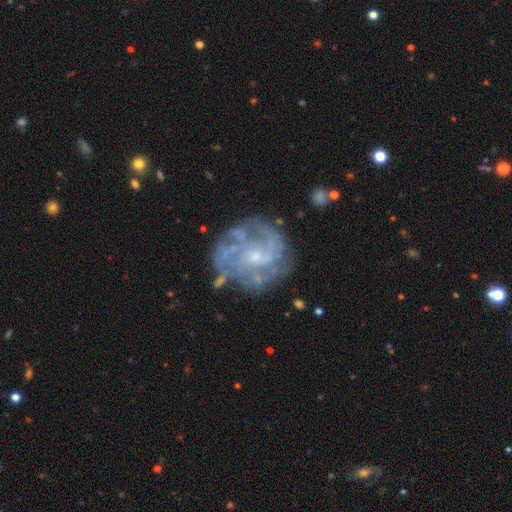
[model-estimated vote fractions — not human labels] Q: Smooth or featured?
A: featured or disk (82%); runner-up: smooth (10%)
Q: Edge-on disk?
A: no (98%); runner-up: yes (2%)
Q: Bar?
A: no (69%); runner-up: weak (27%)
Q: Spiral arms?
A: yes (90%); runner-up: no (10%)
Q: Spiral winding?
A: tight (51%); runner-up: medium (36%)
Q: Spiral arm count?
A: can't tell (35%); runner-up: 4 (20%)
Q: Bulge size?
A: small (66%); runner-up: moderate (25%)
Q: Merging?
A: none (71%); runner-up: minor disturbance (17%)